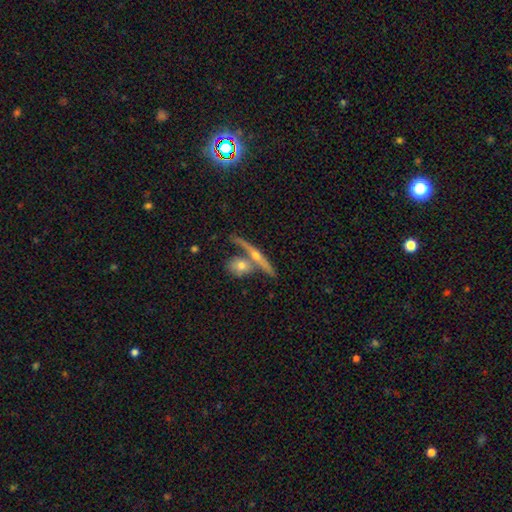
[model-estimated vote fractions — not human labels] Smooth or featured?
  - featured or disk: 47% *
  - smooth: 29%
  - star or artifact: 24%
Merging?
  - none: 41% *
  - merger: 37%
  - minor disturbance: 12%
  - major disturbance: 10%